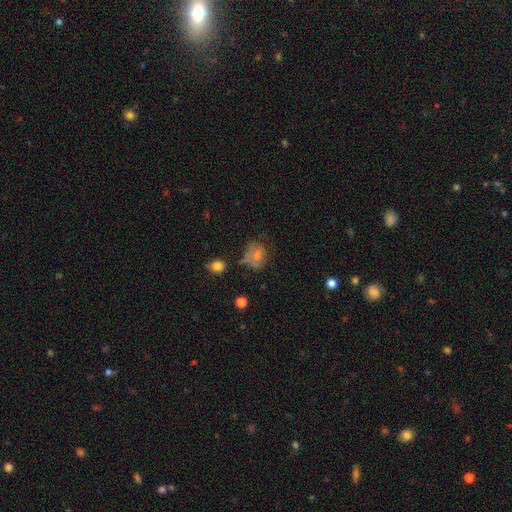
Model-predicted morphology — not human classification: Smooth or featured: smooth — 68% (featured or disk — 20%)
How rounded: round — 53% (in between — 45%)
Merging: none — 40% (minor disturbance — 29%)